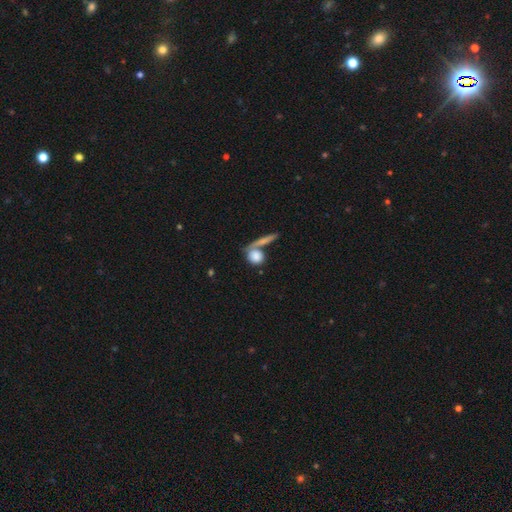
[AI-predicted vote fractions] Smooth or featured?
  - smooth: 78% *
  - featured or disk: 13%
  - star or artifact: 8%
How rounded?
  - round: 69% *
  - in between: 23%
  - cigar-shaped: 9%
Merging?
  - none: 48% *
  - merger: 34%
  - minor disturbance: 10%
  - major disturbance: 7%